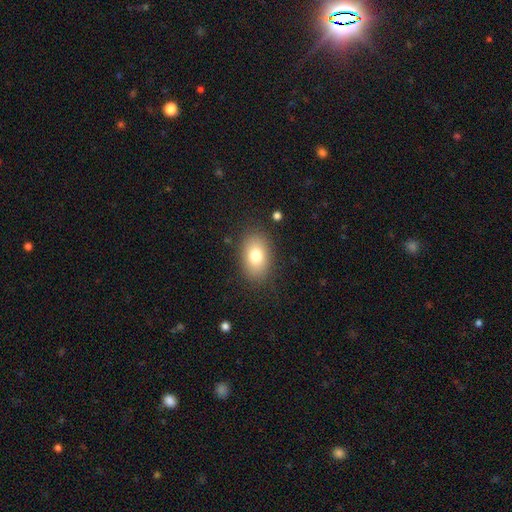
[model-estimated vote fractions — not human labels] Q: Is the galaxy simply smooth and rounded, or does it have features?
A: smooth — 78%.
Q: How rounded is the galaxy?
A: in between — 85%.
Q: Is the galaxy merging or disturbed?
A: none — 84%.